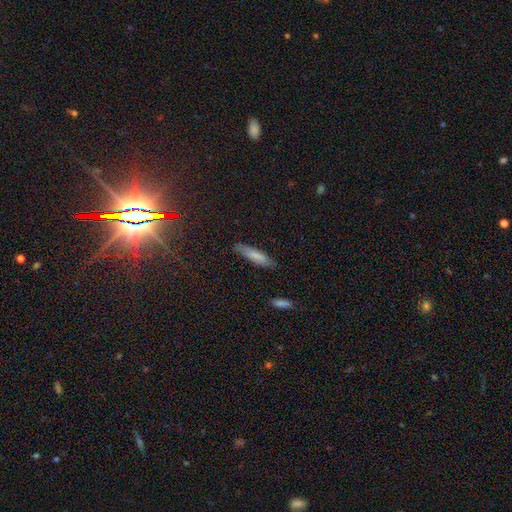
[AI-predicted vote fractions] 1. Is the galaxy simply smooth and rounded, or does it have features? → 75% smooth, 18% featured or disk, 8% star or artifact.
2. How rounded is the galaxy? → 73% cigar-shaped, 25% in between, 2% round.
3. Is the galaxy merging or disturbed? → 81% none, 15% minor disturbance, 3% major disturbance, 1% merger.